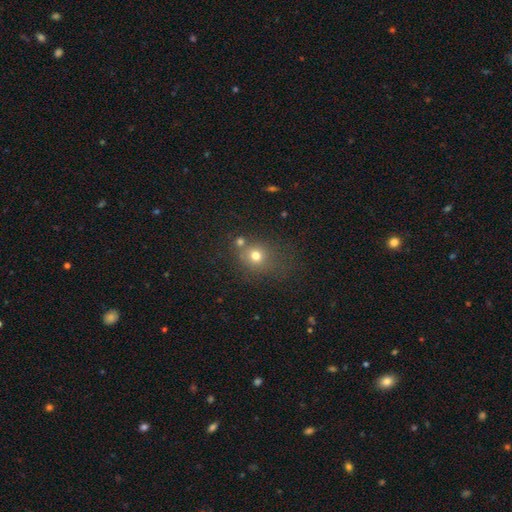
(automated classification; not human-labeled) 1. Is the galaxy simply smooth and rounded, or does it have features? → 71% smooth, 18% star or artifact, 11% featured or disk.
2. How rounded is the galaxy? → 80% round, 19% in between, 1% cigar-shaped.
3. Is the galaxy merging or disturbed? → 61% none, 18% merger, 14% minor disturbance, 7% major disturbance.